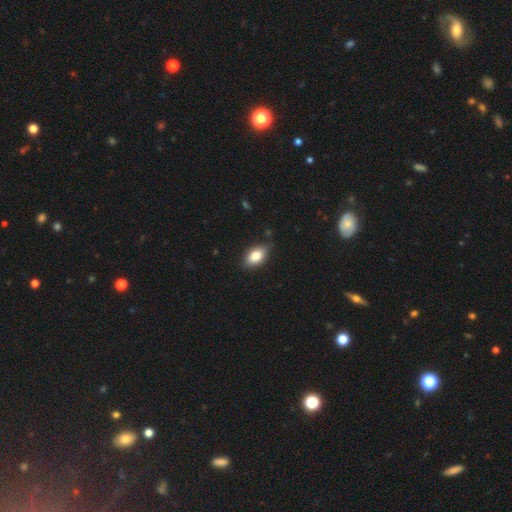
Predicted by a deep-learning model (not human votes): smooth_or_featured: smooth (p=0.80) [alt: featured or disk p=0.12]
how_rounded: in between (p=0.89) [alt: round p=0.08]
merging: none (p=0.79) [alt: minor disturbance p=0.17]